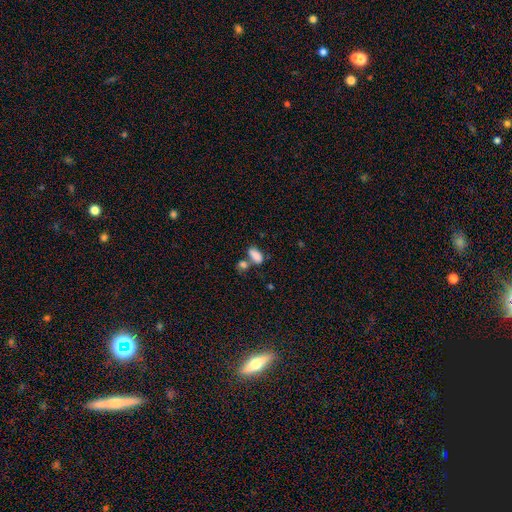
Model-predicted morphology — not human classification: A smooth galaxy with no disk features (84%) that is in between round and cigar-shaped (87%). Merging: none (42%).